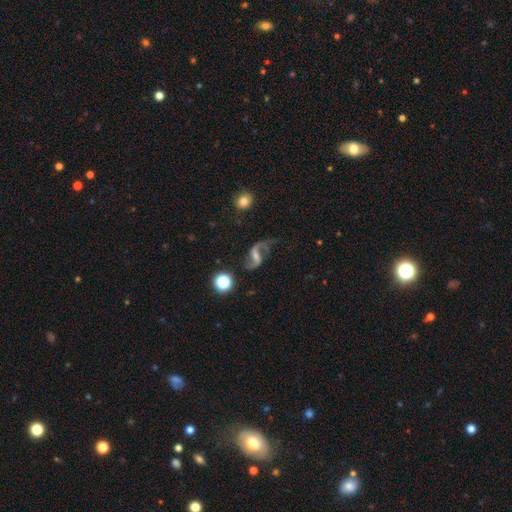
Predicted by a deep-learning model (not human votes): Smooth or featured: featured or disk — 86% (star or artifact — 7%)
Edge-on disk: no — 97% (yes — 3%)
Bar: weak — 46% (strong — 32%)
Spiral arms: yes — 95% (no — 5%)
Spiral winding: loose — 85% (medium — 12%)
Spiral arm count: 2 — 91% (1 — 4%)
Bulge size: small — 47% (moderate — 28%)
Merging: none — 64% (minor disturbance — 17%)